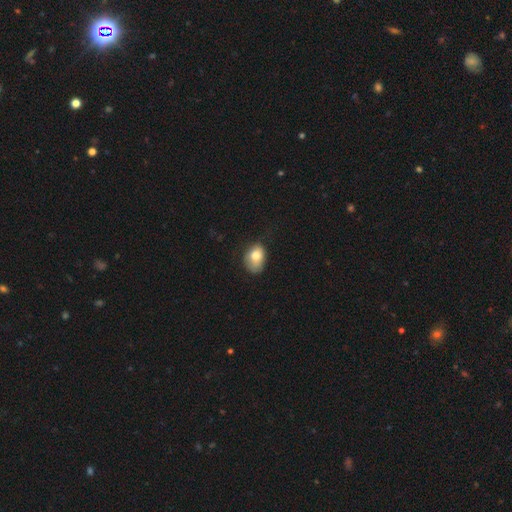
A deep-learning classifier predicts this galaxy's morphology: Smooth or featured? smooth (77%)
How rounded? in between (75%)
Merging? none (45%)